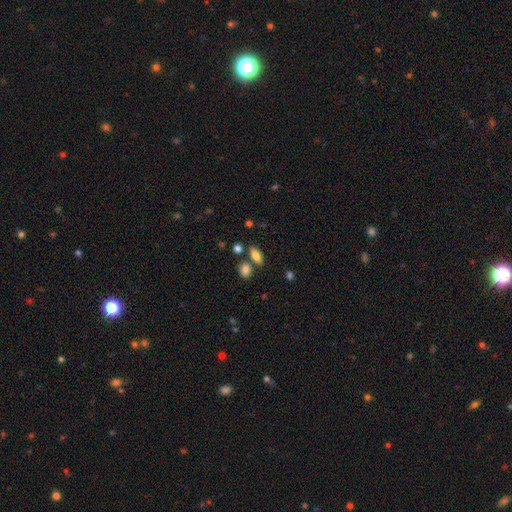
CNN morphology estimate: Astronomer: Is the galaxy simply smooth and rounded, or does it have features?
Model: smooth — 79%.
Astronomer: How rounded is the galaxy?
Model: in between — 80%.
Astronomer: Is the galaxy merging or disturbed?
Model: none — 71%.